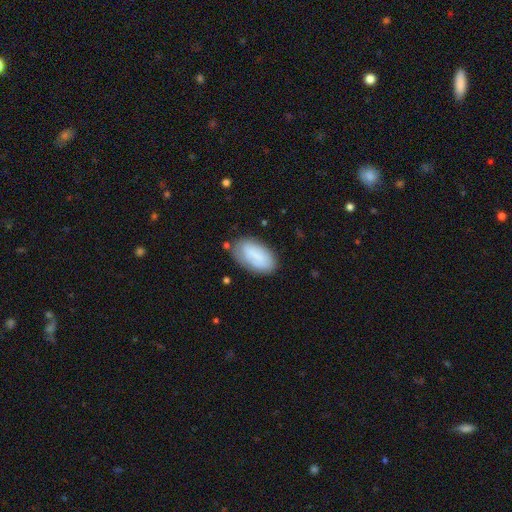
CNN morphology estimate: Smooth or featured? Predicted: smooth (p=0.71). How rounded? Predicted: in between (p=0.94). Merging? Predicted: none (p=0.74).